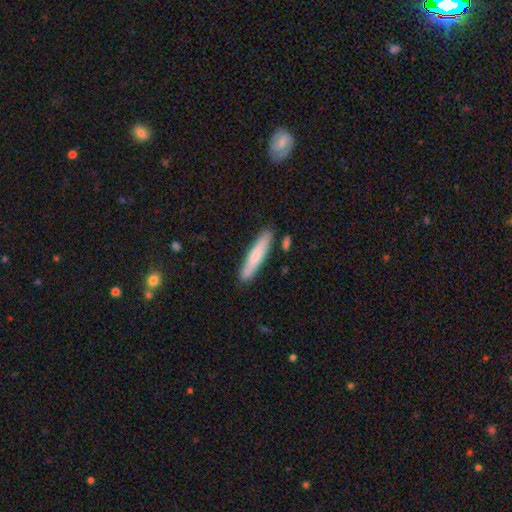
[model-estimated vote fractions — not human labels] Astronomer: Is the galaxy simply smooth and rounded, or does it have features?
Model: smooth — 70%.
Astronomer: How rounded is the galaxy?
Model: cigar-shaped — 91%.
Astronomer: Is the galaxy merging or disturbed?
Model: none — 84%.